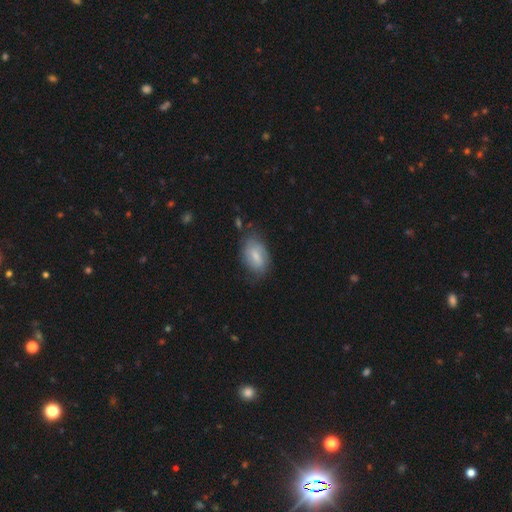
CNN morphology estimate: Overall: smooth (62%; featured or disk 31%). How rounded: in between (89%). Merging: none (61%; minor disturbance 28%).